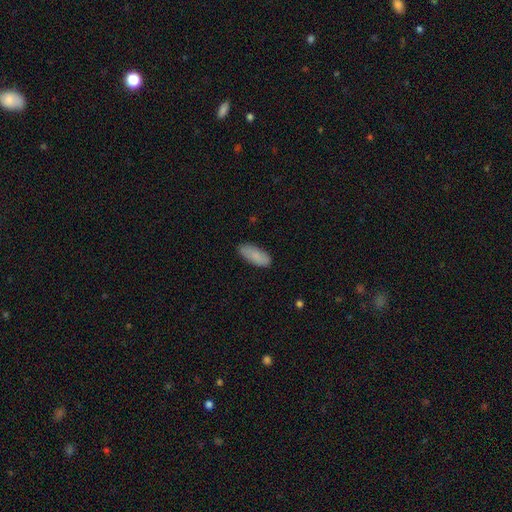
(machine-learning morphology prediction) Smooth or featured? Predicted: smooth (p=0.85). How rounded? Predicted: in between (p=0.83). Merging? Predicted: none (p=0.83).